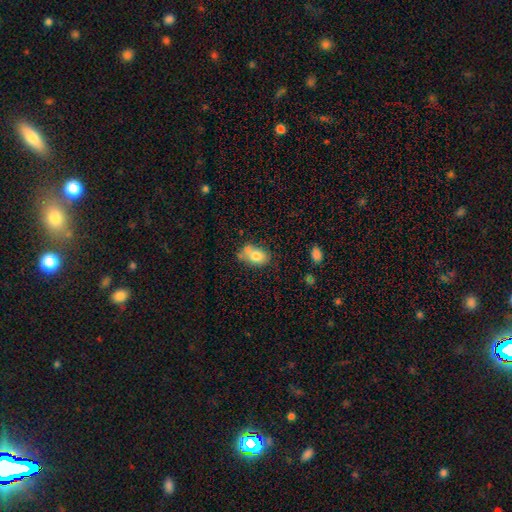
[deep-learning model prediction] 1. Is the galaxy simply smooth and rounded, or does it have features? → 75% smooth, 16% featured or disk, 9% star or artifact.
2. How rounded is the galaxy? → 77% in between, 22% round, 2% cigar-shaped.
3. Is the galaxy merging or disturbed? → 47% none, 26% merger, 20% minor disturbance, 7% major disturbance.